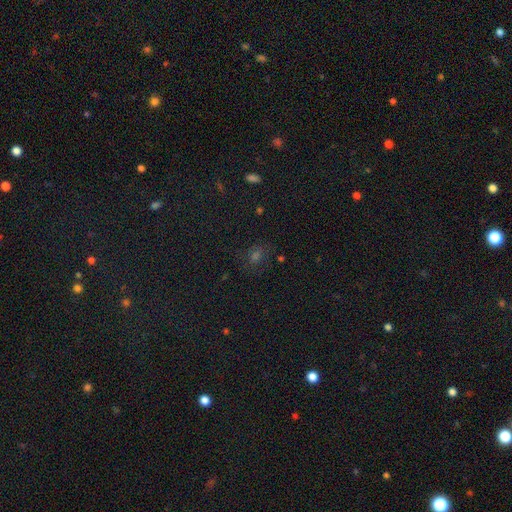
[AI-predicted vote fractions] smooth 47%, star or artifact 42%, featured or disk 11%. Down the decision tree: merging — none (78%).